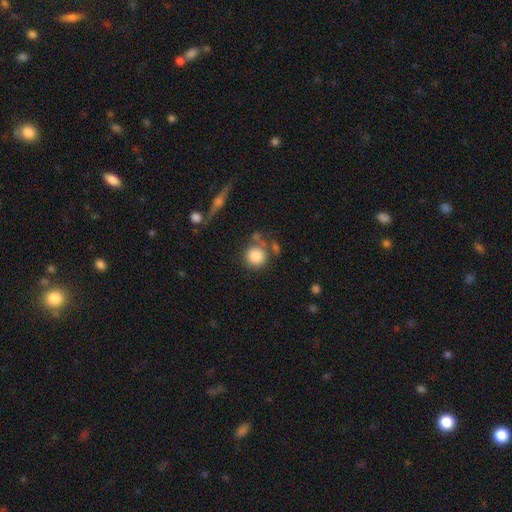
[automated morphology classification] smooth 85%, star or artifact 8%, featured or disk 6%. Down the decision tree: how rounded — round (90%); merging — none (66%).